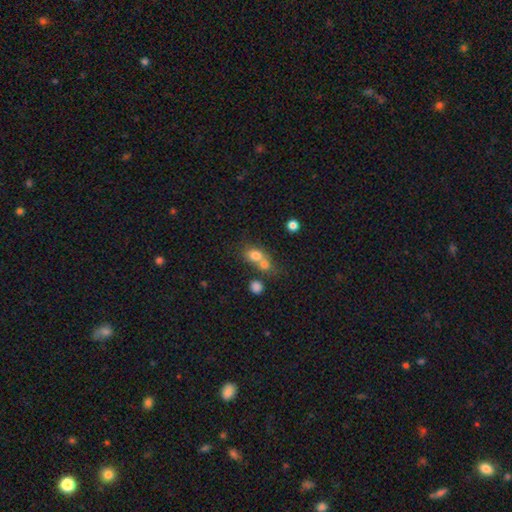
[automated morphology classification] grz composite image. It shows a smooth galaxy with no disk features (76%) that is round (51%). Merging: merger (56%).